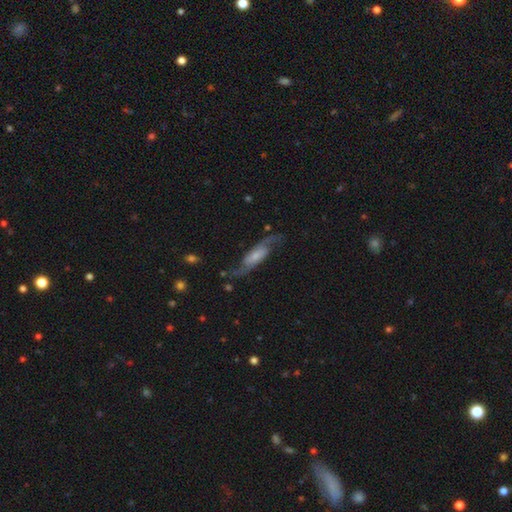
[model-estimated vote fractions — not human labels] The model was most divided on "bar": no: 45%, weak: 37%, strong: 18%. Remaining: spiral arms — yes (96%); spiral arm count — 2 (92%); edge-on disk — no (88%); smooth or featured — featured or disk (81%); merging — none (71%); spiral winding — loose (56%); bulge size — small (44%).